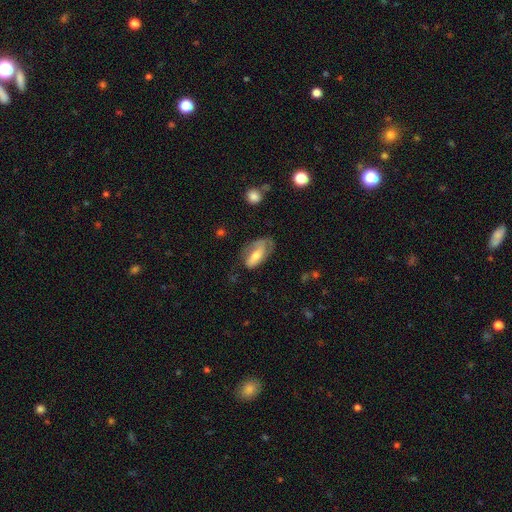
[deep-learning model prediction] Overall: smooth (48%; featured or disk 45%). Merging: none (49%; minor disturbance 30%).